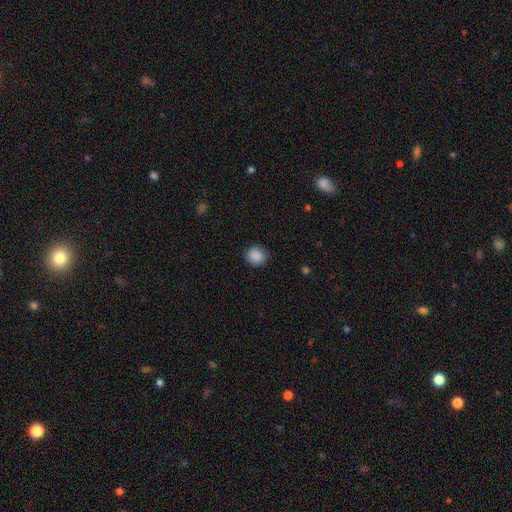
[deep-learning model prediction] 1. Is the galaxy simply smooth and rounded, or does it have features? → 89% smooth, 9% star or artifact, 3% featured or disk.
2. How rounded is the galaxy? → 88% round, 11% in between, 1% cigar-shaped.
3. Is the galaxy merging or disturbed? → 89% none, 7% minor disturbance, 2% major disturbance, 1% merger.